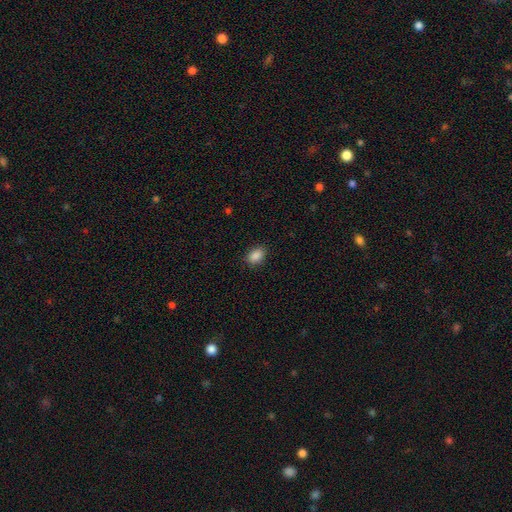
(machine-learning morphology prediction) smooth-or-featured: smooth: 88% | star or artifact: 9% | featured or disk: 3%
  how-rounded: in between: 81% | round: 18% | cigar-shaped: 1%
  merging: none: 88% | minor disturbance: 9% | major disturbance: 2% | merger: 1%